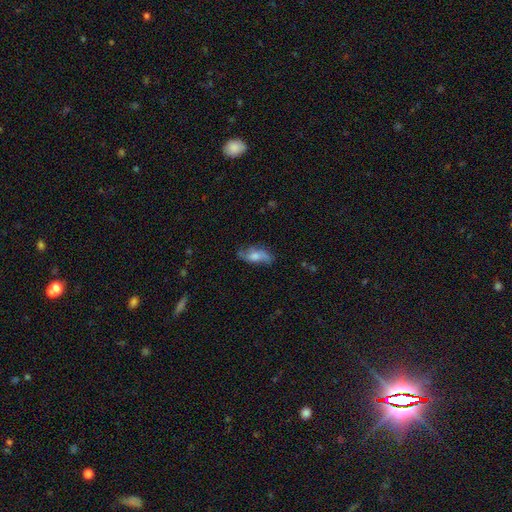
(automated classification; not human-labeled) Smooth or featured?
  - smooth: 48% *
  - featured or disk: 44%
  - star or artifact: 8%
Merging?
  - none: 64% *
  - minor disturbance: 24%
  - major disturbance: 10%
  - merger: 2%